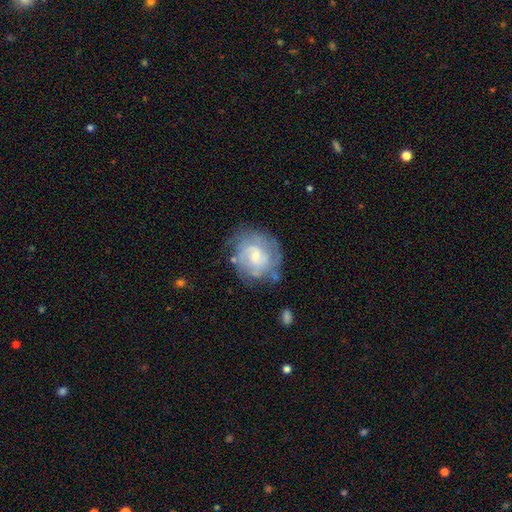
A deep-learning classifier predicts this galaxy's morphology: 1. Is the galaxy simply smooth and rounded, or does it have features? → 67% featured or disk, 26% smooth, 7% star or artifact.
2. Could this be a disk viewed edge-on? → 97% no, 3% yes.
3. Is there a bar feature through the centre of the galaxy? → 61% no, 33% weak, 6% strong.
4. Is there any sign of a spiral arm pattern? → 77% yes, 23% no.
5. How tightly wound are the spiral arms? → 58% tight, 31% medium, 11% loose.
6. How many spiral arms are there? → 50% can't tell, 22% 2, 12% 3, 7% 4, 5% 1, 4% more than 4.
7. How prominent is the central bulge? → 64% small, 30% moderate, 2% none, 2% large, 1% dominant.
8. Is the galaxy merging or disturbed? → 64% none, 21% minor disturbance, 11% major disturbance, 4% merger.